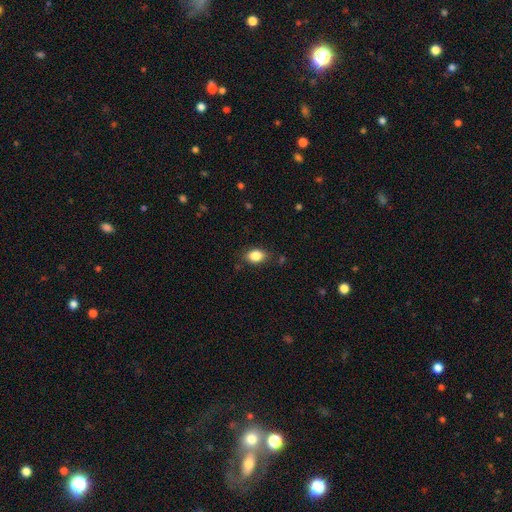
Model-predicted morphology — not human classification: The model was most divided on "how rounded": in between: 81%, round: 17%, cigar-shaped: 2%. More confident: smooth or featured — smooth (85%); merging — none (81%).